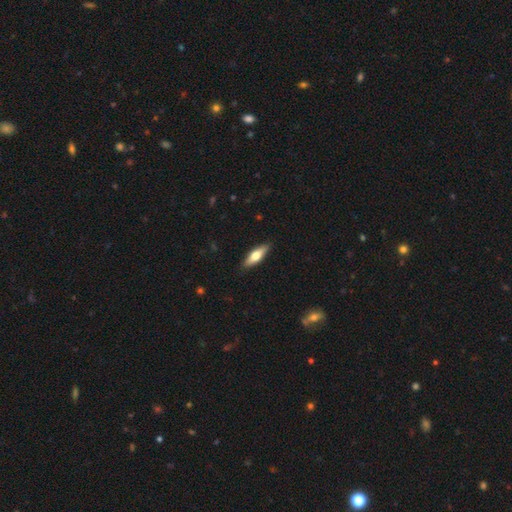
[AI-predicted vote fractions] smooth 59%, featured or disk 35%, star or artifact 5%. Down the decision tree: how rounded — cigar-shaped (50%); merging — none (89%).